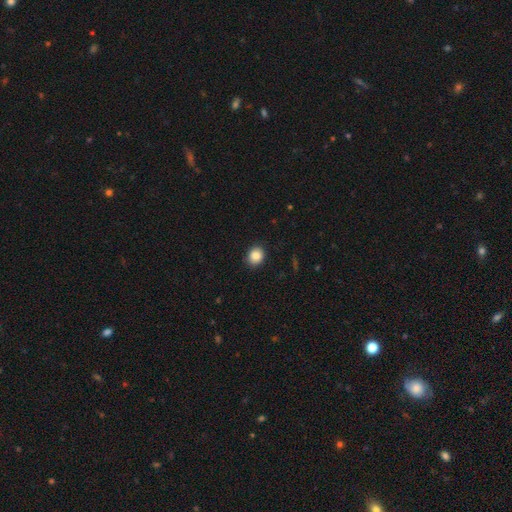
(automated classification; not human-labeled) The model was most divided on "how rounded": round: 63%, in between: 36%, cigar-shaped: 1%. More confident: merging — none (88%); smooth or featured — smooth (87%).